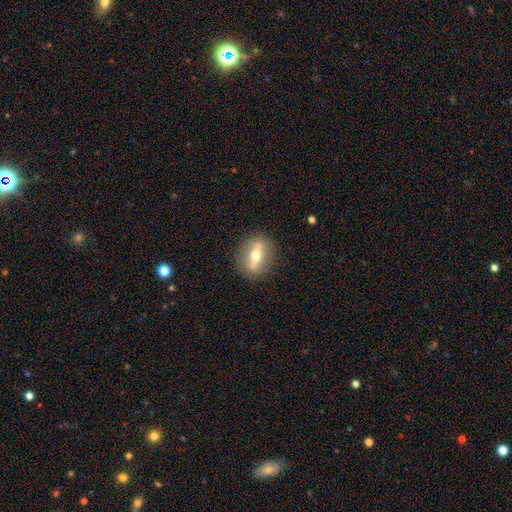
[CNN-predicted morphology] featured or disk 54%, smooth 39%, star or artifact 8%. Down the decision tree: edge-on disk — yes (52%); merging — none (86%).